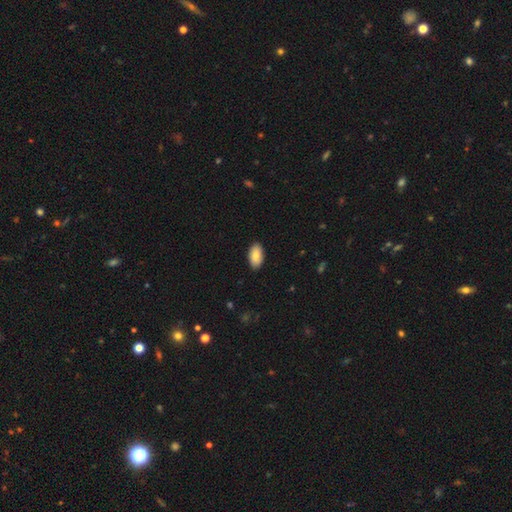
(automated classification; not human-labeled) smooth 82%, featured or disk 11%, star or artifact 6%. Down the decision tree: how rounded — in between (95%); merging — none (89%).